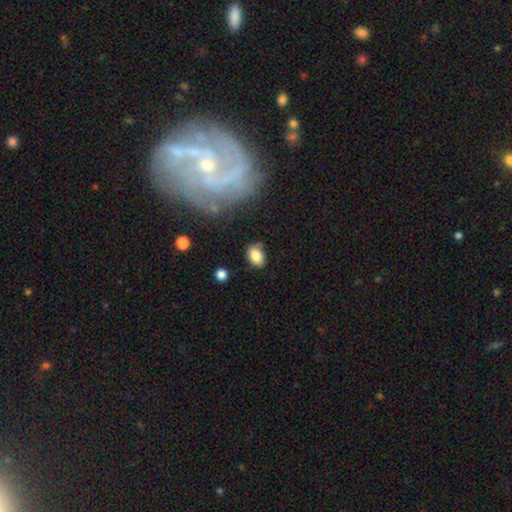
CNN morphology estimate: Smooth or featured: smooth — 85% (star or artifact — 9%)
How rounded: in between — 81% (round — 18%)
Merging: none — 67% (minor disturbance — 24%)